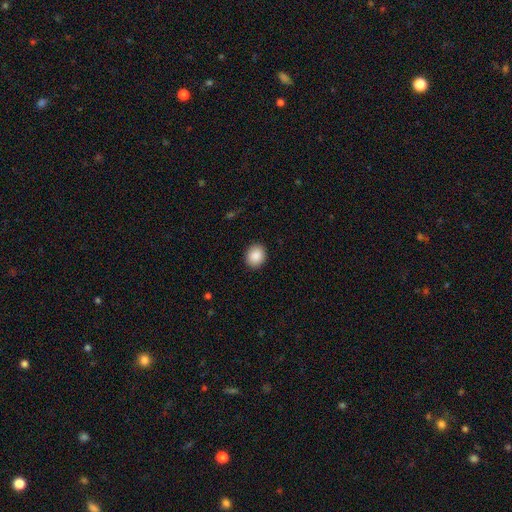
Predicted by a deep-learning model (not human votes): Smooth or featured? Predicted: smooth (p=0.89). How rounded? Predicted: round (p=0.68). Merging? Predicted: none (p=0.91).